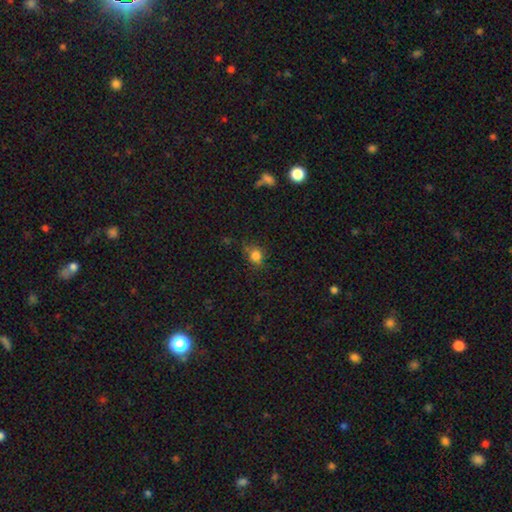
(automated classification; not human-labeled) smooth-or-featured: smooth: 79% | star or artifact: 14% | featured or disk: 7%
  how-rounded: round: 67% | in between: 31% | cigar-shaped: 1%
  merging: none: 69% | minor disturbance: 21% | major disturbance: 7% | merger: 4%